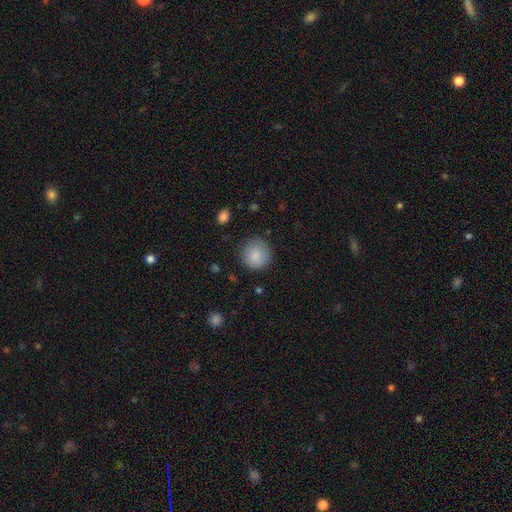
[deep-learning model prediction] Q: Smooth or featured?
A: smooth (86%); runner-up: star or artifact (8%)
Q: How rounded?
A: round (94%); runner-up: in between (5%)
Q: Merging?
A: none (83%); runner-up: minor disturbance (12%)